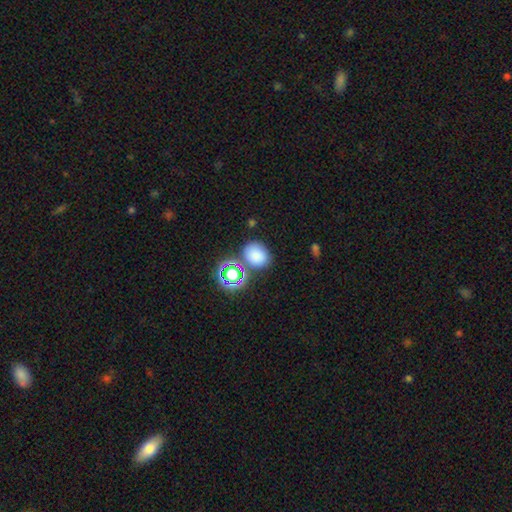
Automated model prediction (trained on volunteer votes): Q: Smooth or featured?
A: smooth (76%); runner-up: star or artifact (18%)
Q: How rounded?
A: round (61%); runner-up: in between (38%)
Q: Merging?
A: none (71%); runner-up: merger (14%)